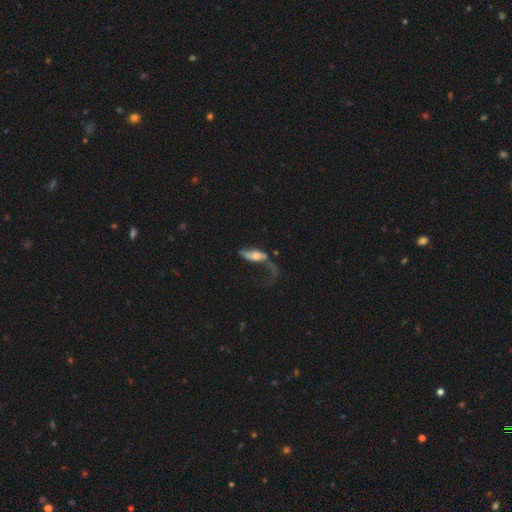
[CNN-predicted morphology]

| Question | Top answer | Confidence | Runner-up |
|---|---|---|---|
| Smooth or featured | featured or disk | 59% | smooth (34%) |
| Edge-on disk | no | 68% | yes (32%) |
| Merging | major disturbance | 48% | none (27%) |